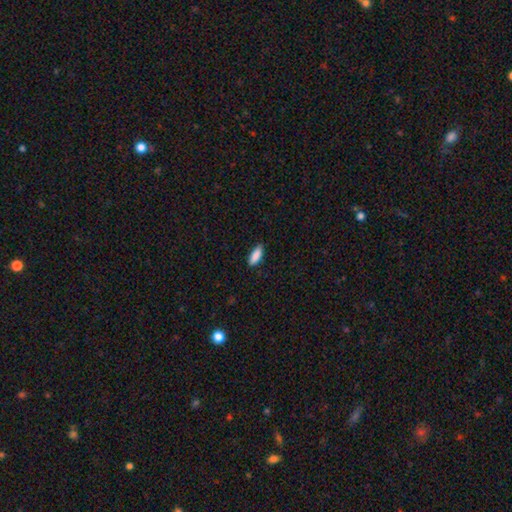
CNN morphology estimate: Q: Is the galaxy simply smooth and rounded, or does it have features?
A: smooth — 88%.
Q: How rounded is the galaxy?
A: in between — 66%.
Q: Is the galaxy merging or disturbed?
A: none — 84%.